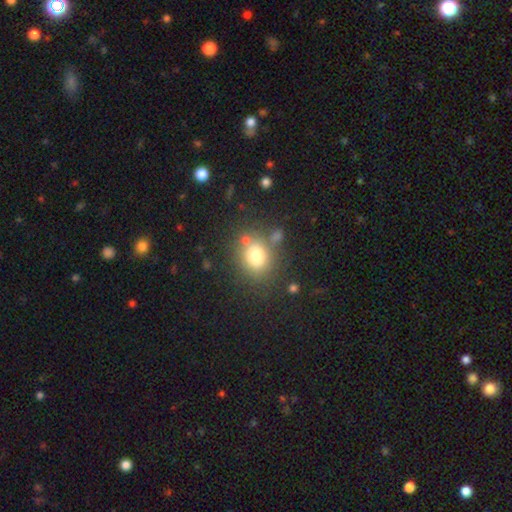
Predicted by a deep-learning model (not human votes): Morphology: type=smooth (78%); roundness=round (59%); merging=none (69%).